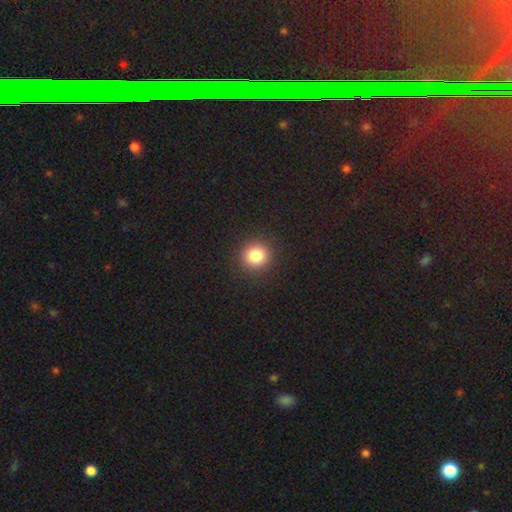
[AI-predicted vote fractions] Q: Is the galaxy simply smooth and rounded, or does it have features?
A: smooth — 84%.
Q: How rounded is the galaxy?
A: round — 91%.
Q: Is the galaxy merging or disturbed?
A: none — 92%.